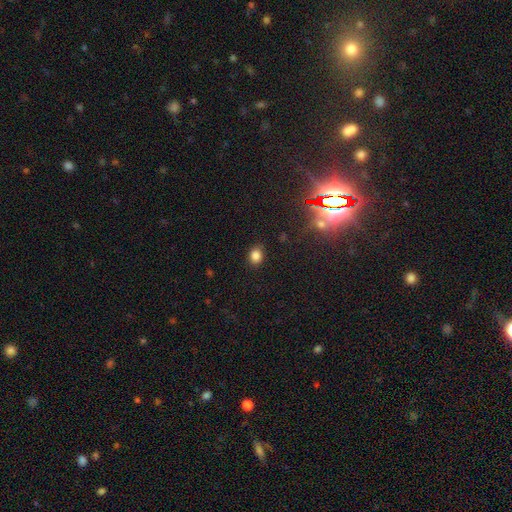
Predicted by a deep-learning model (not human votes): Smooth or featured: smooth — 82% (star or artifact — 13%)
How rounded: round — 55% (in between — 44%)
Merging: none — 86% (minor disturbance — 10%)